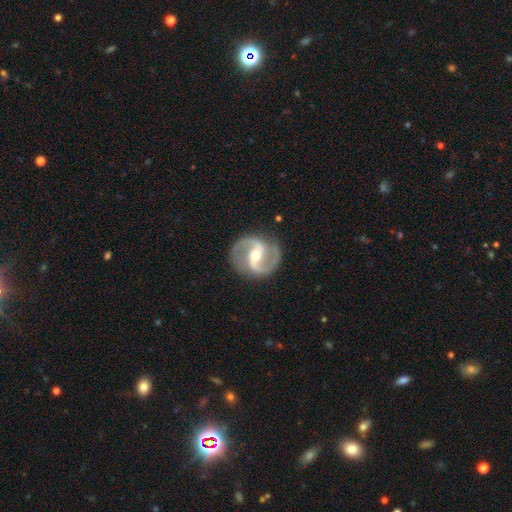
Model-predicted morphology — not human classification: A featured or disk galaxy (91%) with a strong bar (41%), 2 (94%) medium (60%) spiral arms (97%) and a moderate central bulge (61%).

Vote fractions:
- Smooth or featured? featured or disk: 91% / smooth: 5% / star or artifact: 4%
- Edge-on disk? no: 98% / yes: 2%
- Bar? strong: 41% / weak: 40% / no: 20%
- Spiral arms? yes: 97% / no: 3%
- Spiral winding? medium: 60% / loose: 22% / tight: 17%
- Spiral arm count? 2: 94% / can't tell: 2% / 3: 1% / 1: 1% / 4: 1% / more than 4: 1%
- Bulge size? moderate: 61% / small: 34% / large: 3% / none: 1% / dominant: 1%
- Merging? none: 87% / minor disturbance: 9% / major disturbance: 3% / merger: 1%